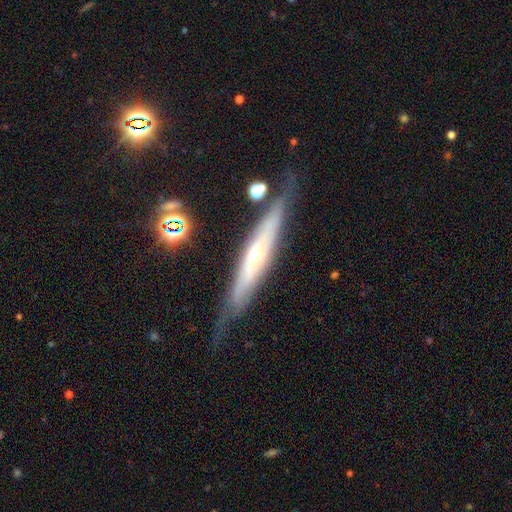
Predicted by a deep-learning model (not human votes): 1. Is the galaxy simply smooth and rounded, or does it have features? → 71% featured or disk, 21% smooth, 8% star or artifact.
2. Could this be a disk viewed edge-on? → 76% yes, 24% no.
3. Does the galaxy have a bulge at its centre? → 63% rounded, 31% none, 6% boxy.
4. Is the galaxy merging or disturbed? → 73% none, 18% minor disturbance, 6% major disturbance, 2% merger.